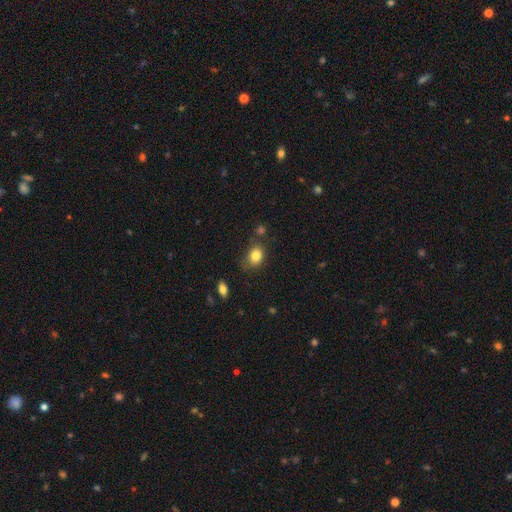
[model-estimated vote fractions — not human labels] A smooth galaxy with no disk features (83%) that is in between round and cigar-shaped (56%). Merging: none (70%).